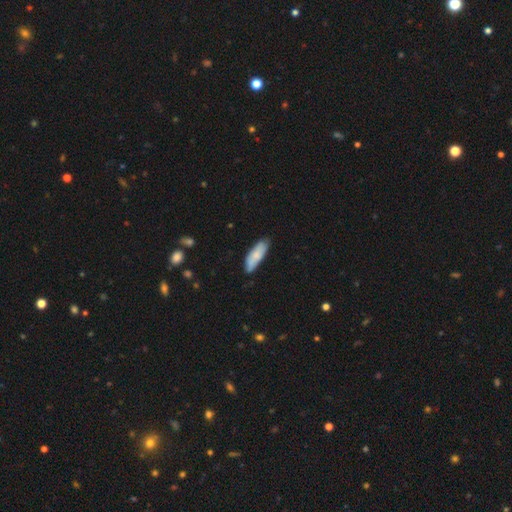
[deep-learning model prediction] Smooth or featured? Predicted: smooth (p=0.77). How rounded? Predicted: in between (p=0.61). Merging? Predicted: none (p=0.76).